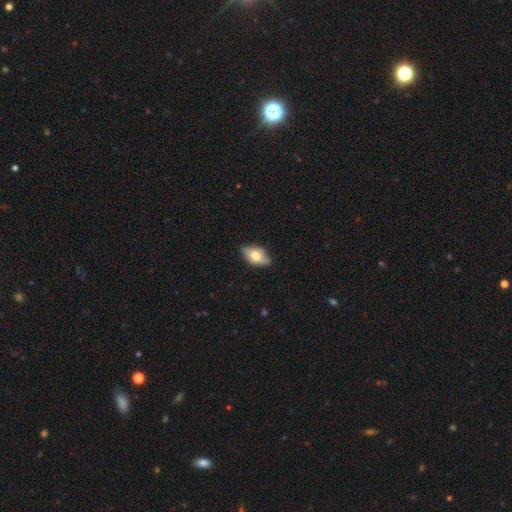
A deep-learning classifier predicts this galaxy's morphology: A smooth galaxy with no disk features (62%) that is in between round and cigar-shaped (88%).

Vote fractions:
- Smooth or featured? smooth: 62% / featured or disk: 31% / star or artifact: 7%
- How rounded? in between: 88% / round: 7% / cigar-shaped: 5%
- Merging? none: 79% / minor disturbance: 17% / major disturbance: 3% / merger: 1%